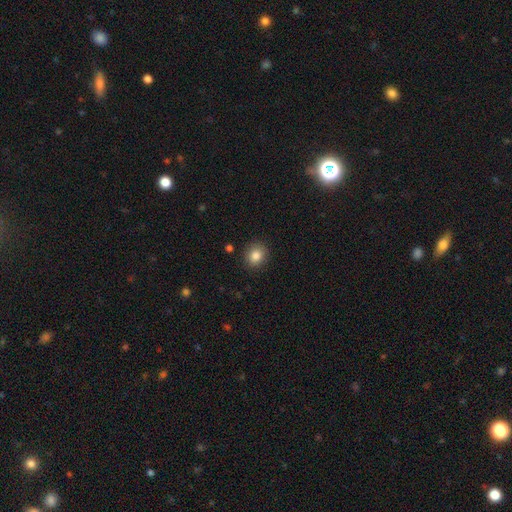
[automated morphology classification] Smooth or featured? Predicted: smooth (p=0.85). How rounded? Predicted: round (p=0.74). Merging? Predicted: none (p=0.88).